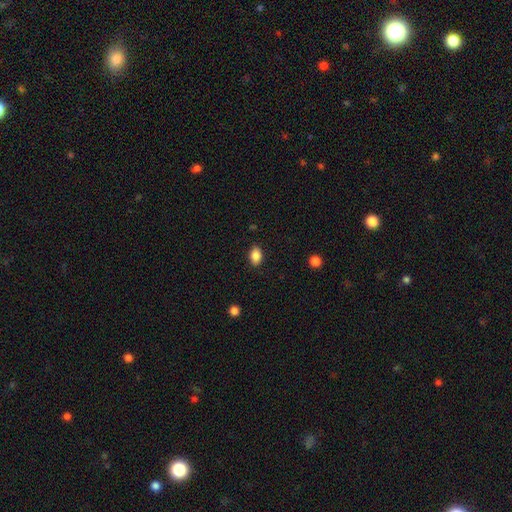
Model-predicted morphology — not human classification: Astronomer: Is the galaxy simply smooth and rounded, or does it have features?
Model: smooth — 86%.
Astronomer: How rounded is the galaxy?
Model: in between — 84%.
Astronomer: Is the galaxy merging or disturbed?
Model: none — 87%.